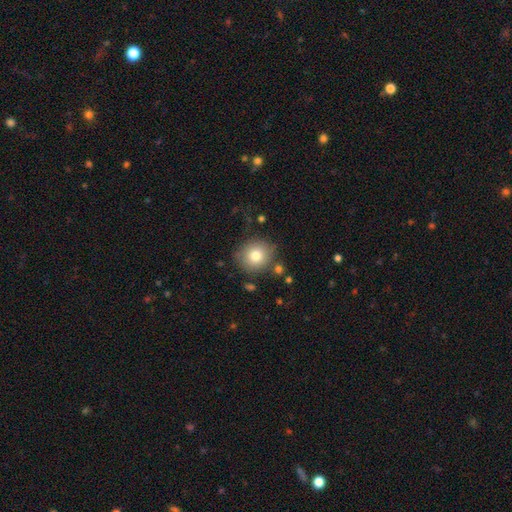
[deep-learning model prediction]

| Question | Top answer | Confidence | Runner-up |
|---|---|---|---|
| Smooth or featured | smooth | 77% | featured or disk (12%) |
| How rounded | round | 91% | in between (8%) |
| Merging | none | 82% | minor disturbance (11%) |